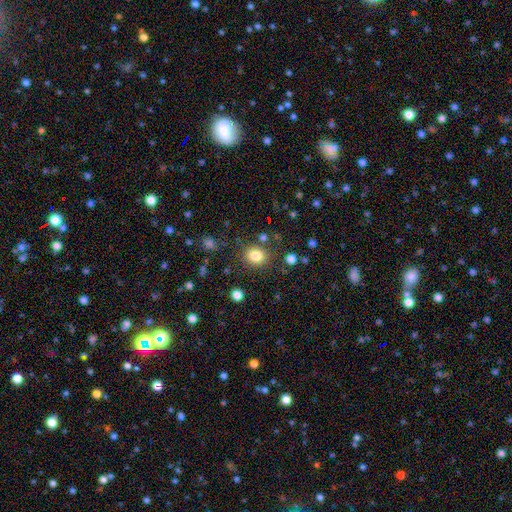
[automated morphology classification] type=smooth (82%); roundness=round (70%); merging=none (80%).